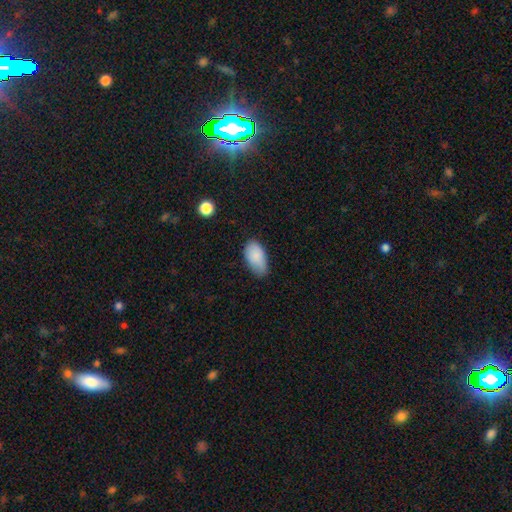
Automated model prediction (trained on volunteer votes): This is clearly a smooth galaxy (87%). How rounded: clearly in between (94%). Merging: likely none (64%).